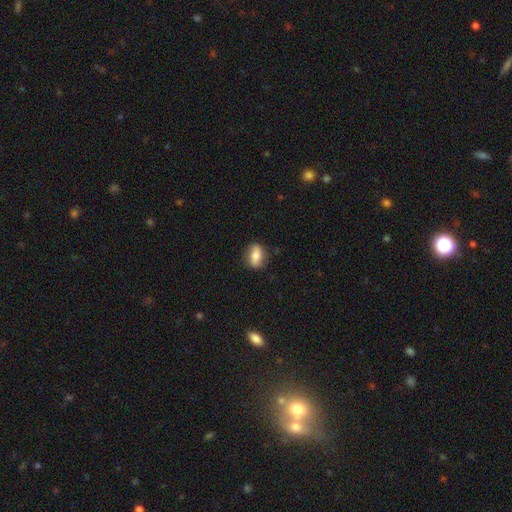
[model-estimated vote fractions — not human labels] Smooth or featured?
  - smooth: 74% *
  - featured or disk: 18%
  - star or artifact: 8%
How rounded?
  - in between: 76% *
  - round: 18%
  - cigar-shaped: 5%
Merging?
  - none: 83% *
  - minor disturbance: 13%
  - major disturbance: 3%
  - merger: 1%